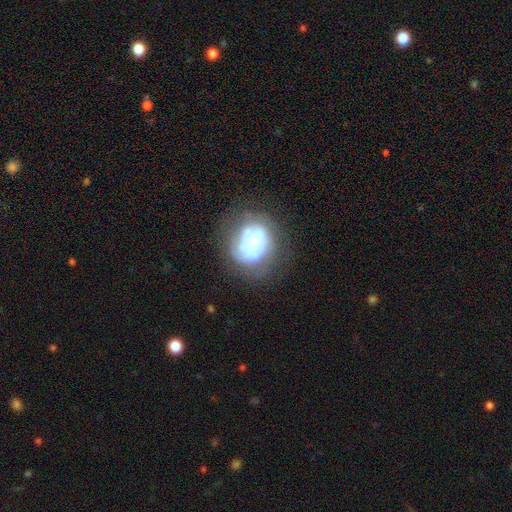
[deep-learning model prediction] This appears to be a featured or disk galaxy (57%) with no bar (78%), no spiral arms (78%) and no central bulge (31%). Merging: none (48%).